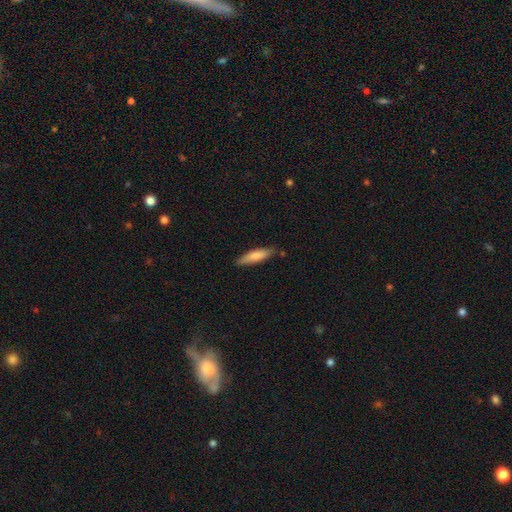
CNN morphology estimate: Smooth or featured?
  - smooth: 78% *
  - featured or disk: 16%
  - star or artifact: 6%
How rounded?
  - cigar-shaped: 70% *
  - in between: 28%
  - round: 1%
Merging?
  - none: 82% *
  - minor disturbance: 14%
  - major disturbance: 2%
  - merger: 2%